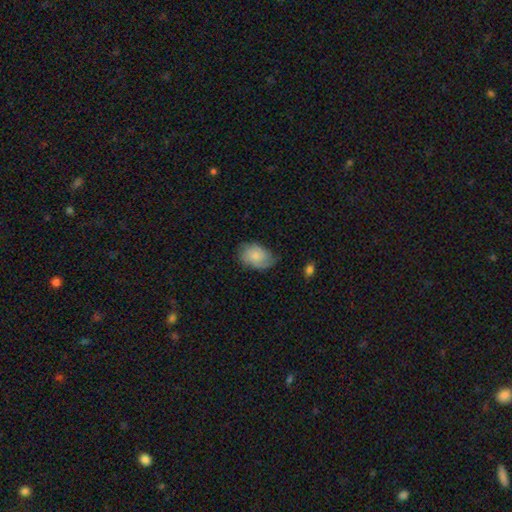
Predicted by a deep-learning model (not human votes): Overall: smooth (62%; featured or disk 31%). How rounded: in between (82%). Merging: none (65%; minor disturbance 26%).